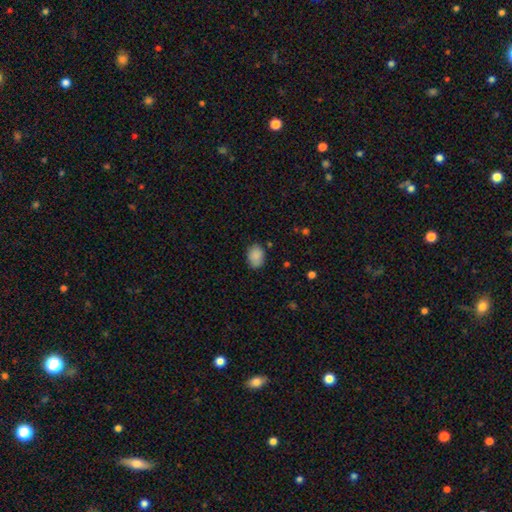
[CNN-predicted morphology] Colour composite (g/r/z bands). It shows a smooth galaxy with no disk features (88%) that is in between round and cigar-shaped (74%). Merging: none (80%).